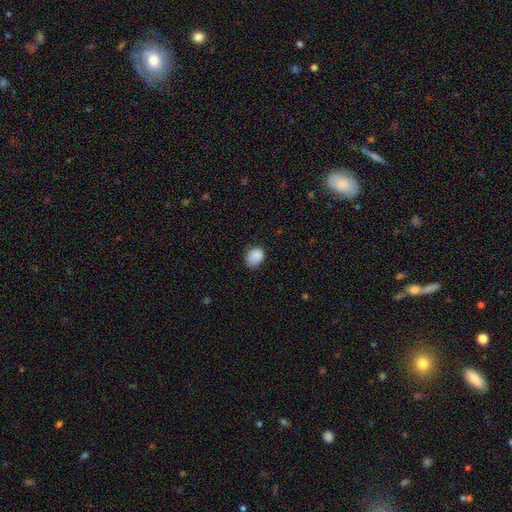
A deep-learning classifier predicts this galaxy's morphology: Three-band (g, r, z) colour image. It shows a smooth galaxy with no disk features (85%) that is round (50%). Merging: none (61%).